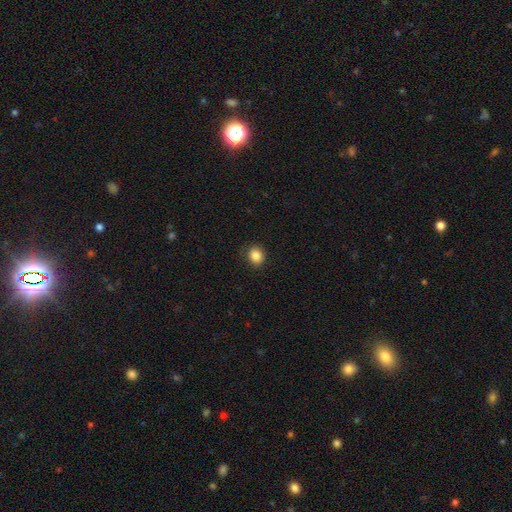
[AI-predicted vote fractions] The model was most divided on "how rounded": round: 71%, in between: 28%, cigar-shaped: 1%. More confident: merging — none (87%); smooth or featured — smooth (86%).